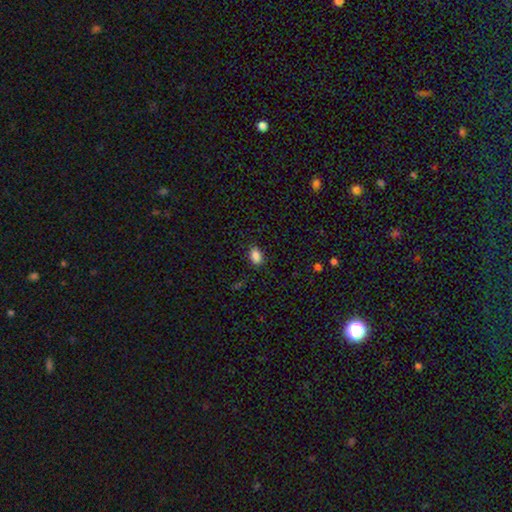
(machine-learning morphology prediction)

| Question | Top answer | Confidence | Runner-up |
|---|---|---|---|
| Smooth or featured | smooth | 87% | star or artifact (10%) |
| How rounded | in between | 89% | round (9%) |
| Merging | none | 85% | minor disturbance (11%) |